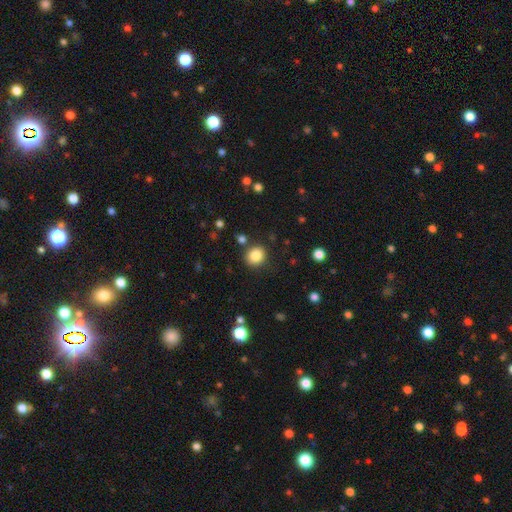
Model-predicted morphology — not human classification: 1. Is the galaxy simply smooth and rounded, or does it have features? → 85% smooth, 10% star or artifact, 5% featured or disk.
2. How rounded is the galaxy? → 82% round, 17% in between, 1% cigar-shaped.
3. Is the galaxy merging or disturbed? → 85% none, 8% minor disturbance, 4% merger, 3% major disturbance.